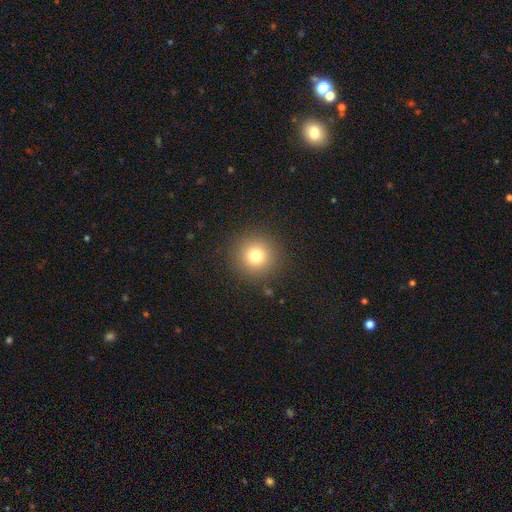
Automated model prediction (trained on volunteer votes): The model was most divided on "smooth or featured": smooth: 77%, star or artifact: 15%, featured or disk: 9%. More confident: how rounded — round (95%); merging — none (90%).